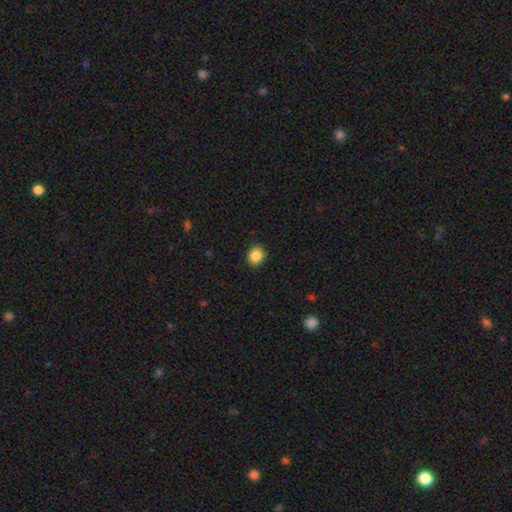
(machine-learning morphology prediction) This appears to be a smooth galaxy with no disk features (87%) that is round (73%). Merging: none (90%).